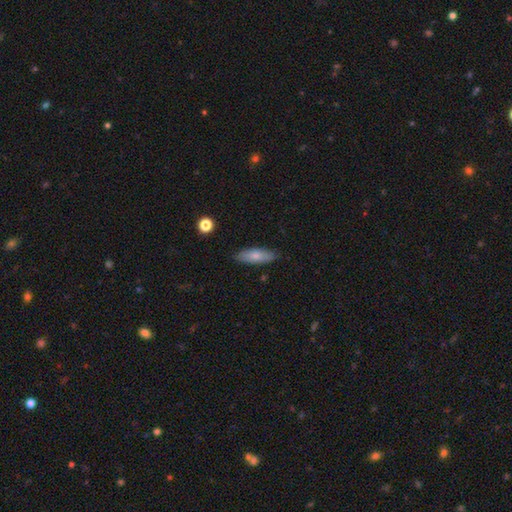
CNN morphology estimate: The model was most divided on "how rounded": in between: 60%, cigar-shaped: 38%, round: 2%. More confident: merging — none (85%); smooth or featured — smooth (74%).